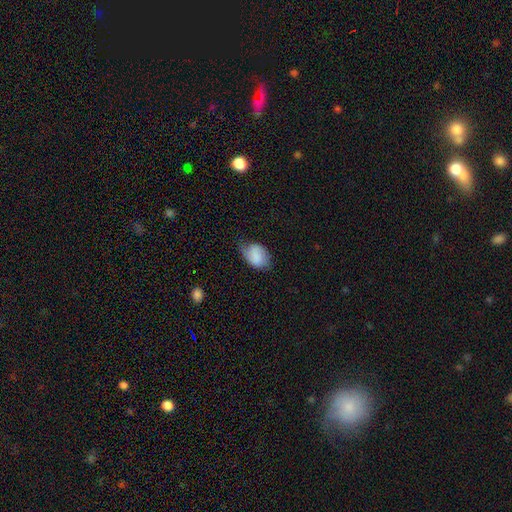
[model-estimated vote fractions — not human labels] This appears to be a smooth galaxy with no disk features (71%) that is in between round and cigar-shaped (82%). Merging: none (41%, tied with minor disturbance).